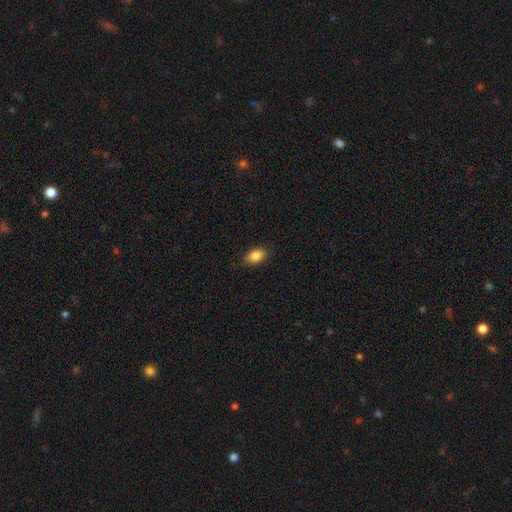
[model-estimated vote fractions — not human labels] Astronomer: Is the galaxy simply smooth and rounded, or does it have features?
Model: smooth — 86%.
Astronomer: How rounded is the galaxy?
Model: in between — 84%.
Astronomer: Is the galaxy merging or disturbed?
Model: none — 83%.